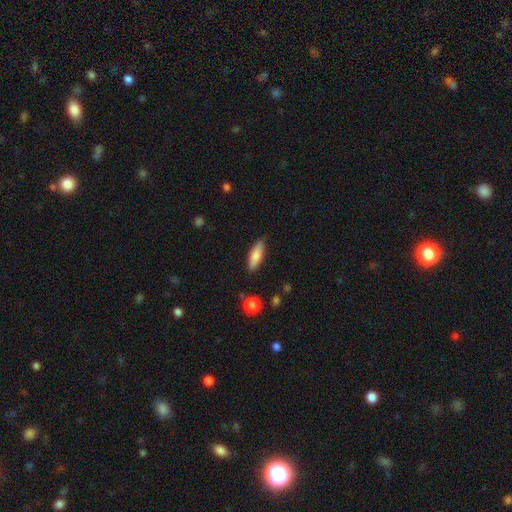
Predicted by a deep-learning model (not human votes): This is likely a smooth galaxy (80%). How rounded: possibly in between (54%). Merging: clearly none (86%).